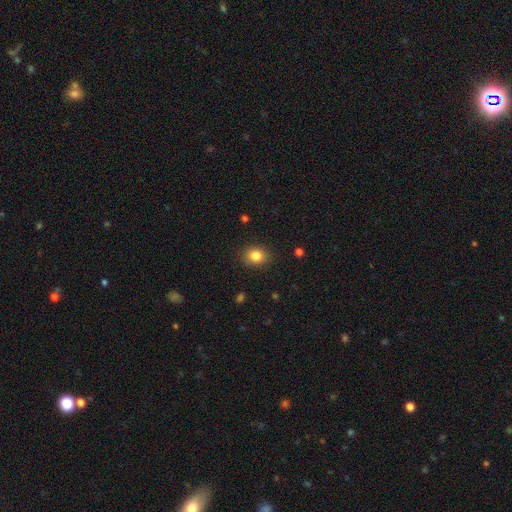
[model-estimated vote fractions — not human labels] Smooth or featured: smooth — 84% (star or artifact — 10%)
How rounded: round — 55% (in between — 44%)
Merging: none — 86% (minor disturbance — 10%)